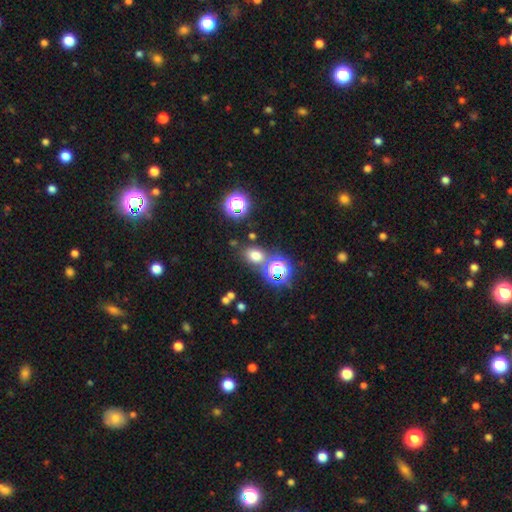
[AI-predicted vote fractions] Q: Smooth or featured?
A: smooth (65%); runner-up: star or artifact (27%)
Q: How rounded?
A: in between (54%); runner-up: round (45%)
Q: Merging?
A: none (72%); runner-up: merger (13%)